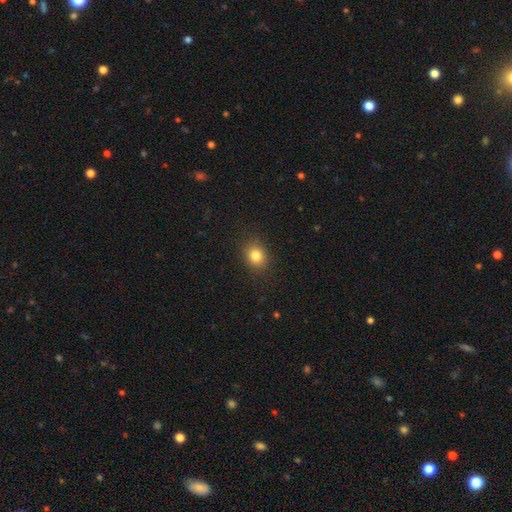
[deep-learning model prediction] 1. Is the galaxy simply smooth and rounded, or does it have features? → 82% smooth, 11% star or artifact, 6% featured or disk.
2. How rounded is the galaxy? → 59% round, 40% in between, 1% cigar-shaped.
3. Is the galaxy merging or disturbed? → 87% none, 9% minor disturbance, 3% major disturbance, 1% merger.